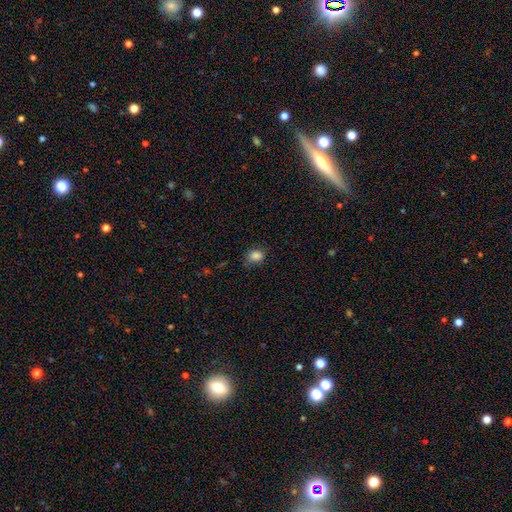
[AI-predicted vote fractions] Smooth or featured?
  - smooth: 85% *
  - star or artifact: 10%
  - featured or disk: 4%
How rounded?
  - in between: 54% *
  - round: 45%
  - cigar-shaped: 1%
Merging?
  - none: 72% *
  - minor disturbance: 22%
  - major disturbance: 5%
  - merger: 1%